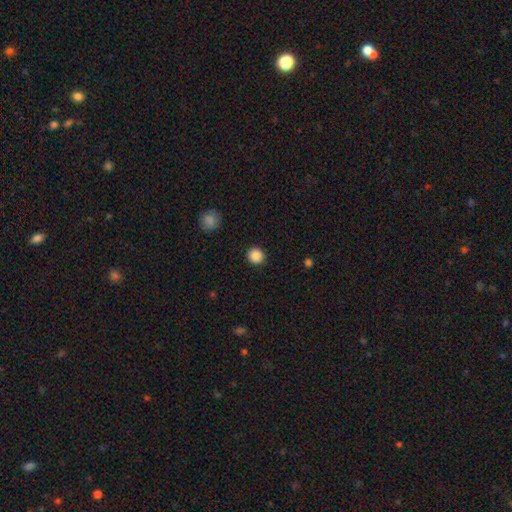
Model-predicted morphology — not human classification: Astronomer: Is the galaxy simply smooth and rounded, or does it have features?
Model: smooth — 87%.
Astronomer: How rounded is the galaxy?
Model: round — 92%.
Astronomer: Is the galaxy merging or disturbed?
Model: none — 92%.